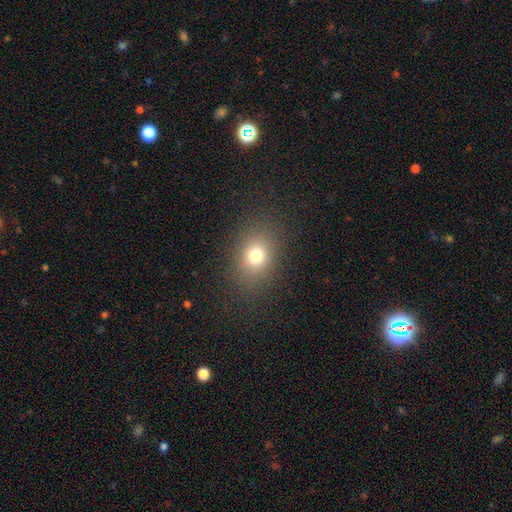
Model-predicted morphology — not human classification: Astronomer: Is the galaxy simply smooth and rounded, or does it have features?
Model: smooth — 75%.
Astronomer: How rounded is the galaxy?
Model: in between — 57% (runner-up: round, 42%).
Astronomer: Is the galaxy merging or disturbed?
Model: none — 84%.